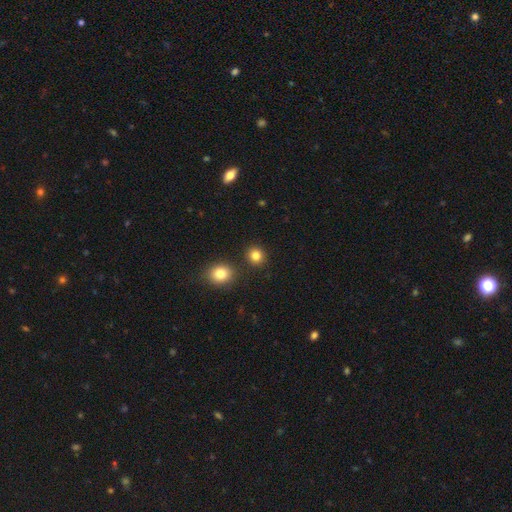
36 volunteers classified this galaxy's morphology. This is clearly a smooth galaxy (89%). How rounded: clearly round (84%). Merging: clearly none (97%).